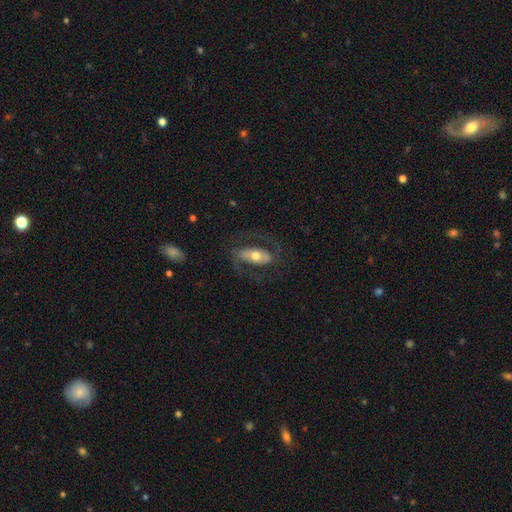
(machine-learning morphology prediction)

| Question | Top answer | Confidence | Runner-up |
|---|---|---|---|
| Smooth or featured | featured or disk | 65% | smooth (28%) |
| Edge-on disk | no | 91% | yes (9%) |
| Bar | strong | 36% | tied: no (36%) |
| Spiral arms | yes | 75% | no (25%) |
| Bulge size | moderate | 67% | small (18%) |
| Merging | none | 69% | major disturbance (16%) |